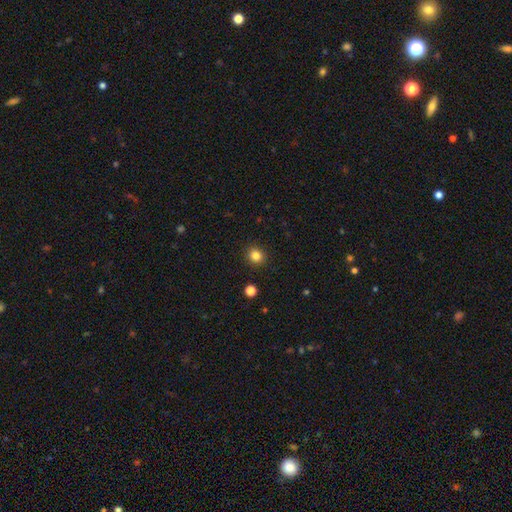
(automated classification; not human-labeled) Q: Smooth or featured?
A: smooth (84%); runner-up: star or artifact (12%)
Q: How rounded?
A: round (87%); runner-up: in between (13%)
Q: Merging?
A: none (91%); runner-up: minor disturbance (6%)